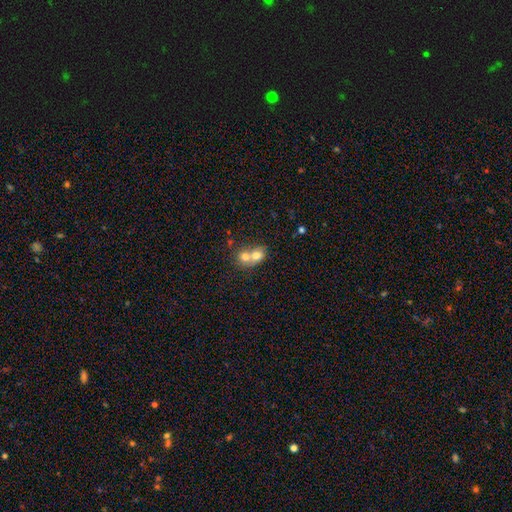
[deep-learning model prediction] The model was most divided on "how rounded": round: 63%, in between: 36%, cigar-shaped: 1%. More confident: merging — merger (74%); smooth or featured — smooth (71%).